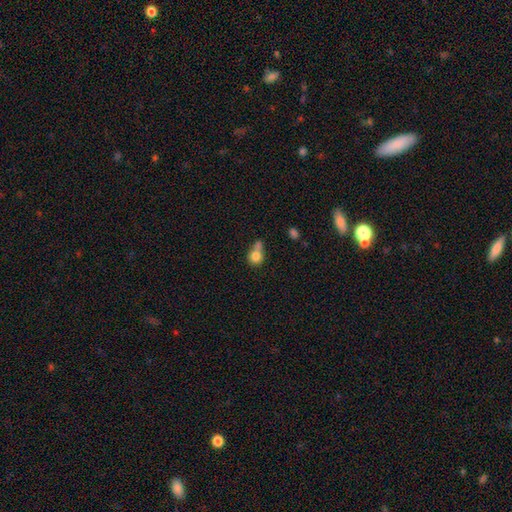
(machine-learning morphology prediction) smooth 80%, featured or disk 11%, star or artifact 10%. Down the decision tree: how rounded — round (80%); merging — merger (44%).